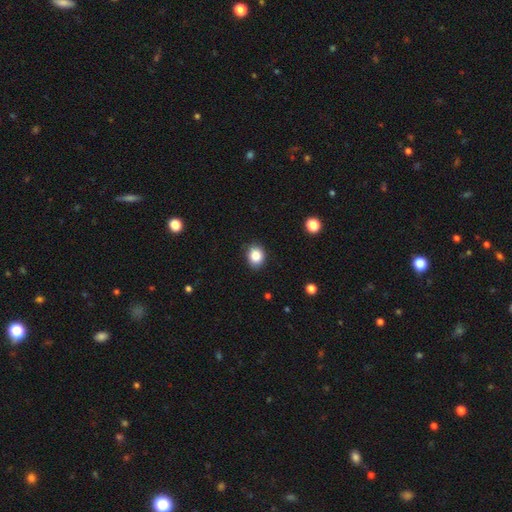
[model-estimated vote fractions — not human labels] Smooth or featured: smooth — 86% (star or artifact — 9%)
How rounded: round — 58% (in between — 41%)
Merging: none — 87% (minor disturbance — 10%)